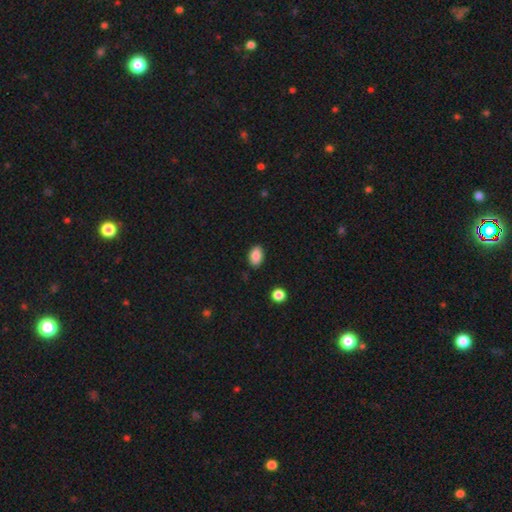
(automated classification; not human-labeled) This appears to be a smooth galaxy with no disk features (86%) that is in between round and cigar-shaped (88%). Merging: none (87%).